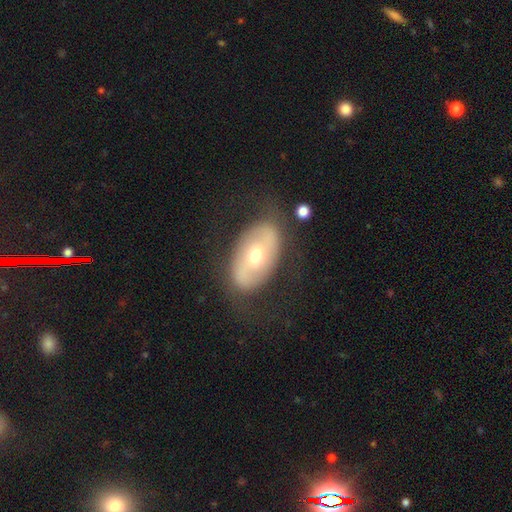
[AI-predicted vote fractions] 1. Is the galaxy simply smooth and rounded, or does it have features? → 62% featured or disk, 31% smooth, 7% star or artifact.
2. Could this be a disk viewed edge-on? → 92% no, 8% yes.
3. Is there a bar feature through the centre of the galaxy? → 57% no, 23% weak, 20% strong.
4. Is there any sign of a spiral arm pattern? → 53% no, 47% yes.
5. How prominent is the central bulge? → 62% moderate, 31% small, 5% large, 1% dominant, 1% none.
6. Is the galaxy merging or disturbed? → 75% none, 14% minor disturbance, 9% major disturbance, 2% merger.